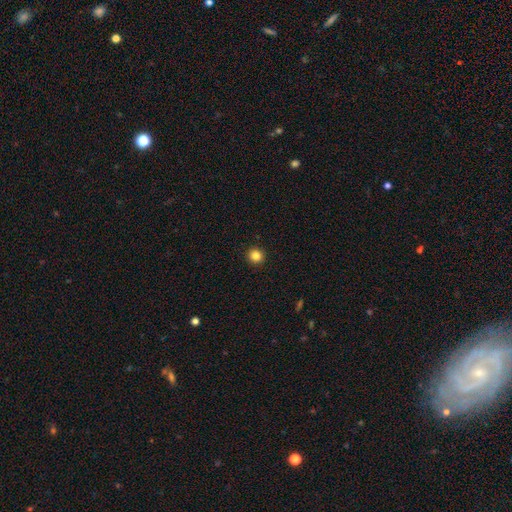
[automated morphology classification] Smooth or featured?
  - smooth: 84% *
  - star or artifact: 12%
  - featured or disk: 4%
How rounded?
  - round: 95% *
  - in between: 4%
  - cigar-shaped: 1%
Merging?
  - none: 94% *
  - minor disturbance: 4%
  - major disturbance: 1%
  - merger: 1%